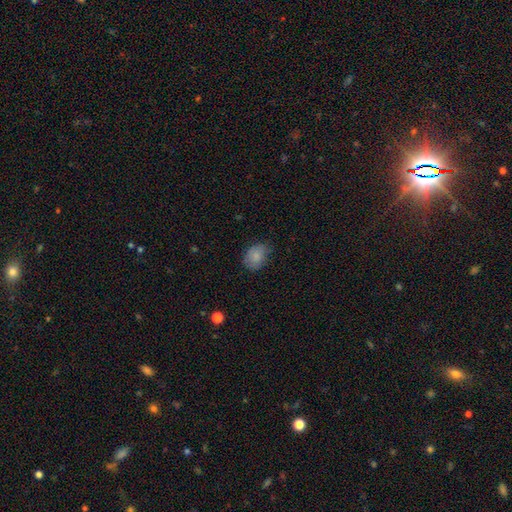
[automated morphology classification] Smooth or featured? Predicted: smooth (p=0.84). How rounded? Predicted: in between (p=0.67). Merging? Predicted: none (p=0.67).